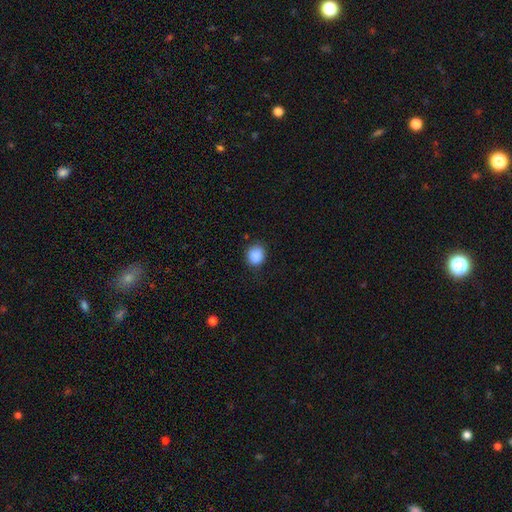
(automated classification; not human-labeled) smooth_or_featured: smooth (p=0.88) [alt: star or artifact p=0.09]
how_rounded: round (p=0.71) [alt: in between p=0.28]
merging: none (p=0.83) [alt: minor disturbance p=0.13]